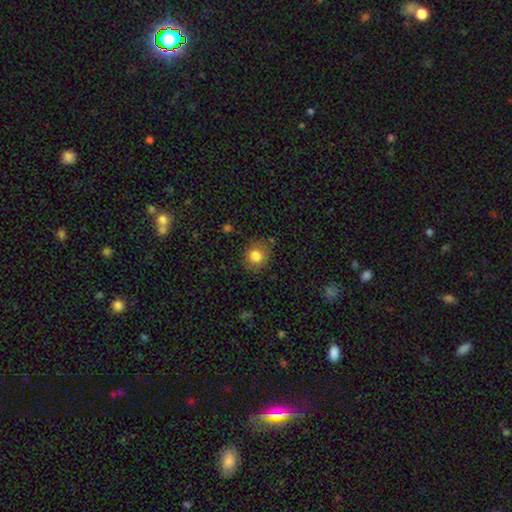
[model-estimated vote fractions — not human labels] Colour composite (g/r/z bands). It shows a smooth galaxy with no disk features (82%) that is round (85%). Merging: none (83%).